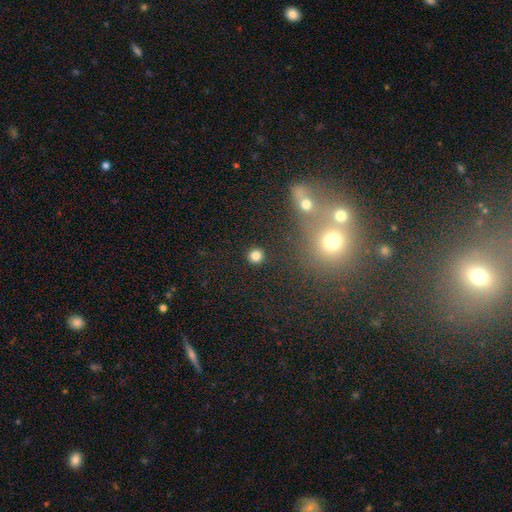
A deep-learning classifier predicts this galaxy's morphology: Smooth or featured? Predicted: smooth (p=0.83). How rounded? Predicted: round (p=0.94). Merging? Predicted: none (p=0.92).